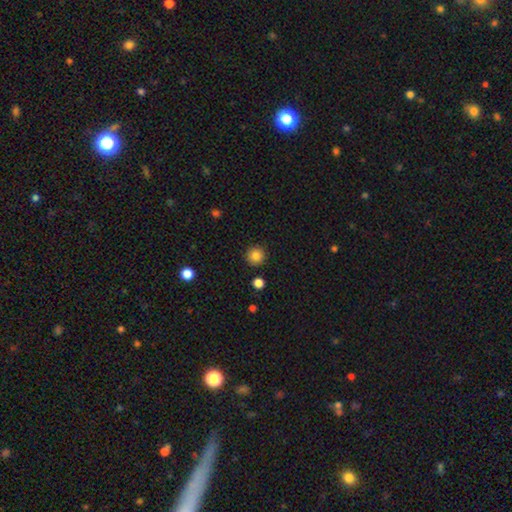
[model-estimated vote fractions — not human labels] Smooth or featured? Predicted: smooth (p=0.85). How rounded? Predicted: round (p=0.95). Merging? Predicted: none (p=0.92).